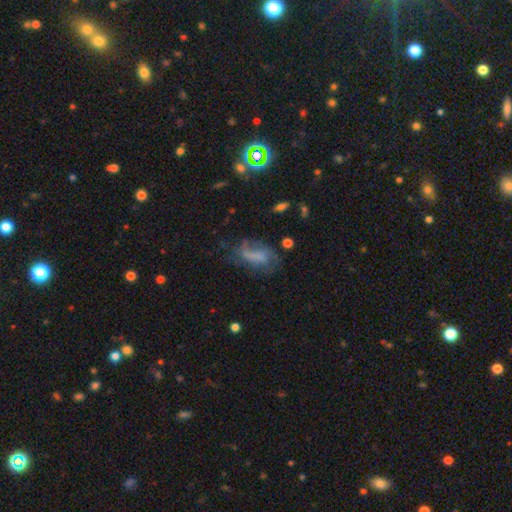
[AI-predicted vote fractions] This is marginally a featured or disk galaxy (44%). Merging: marginally none (41%).